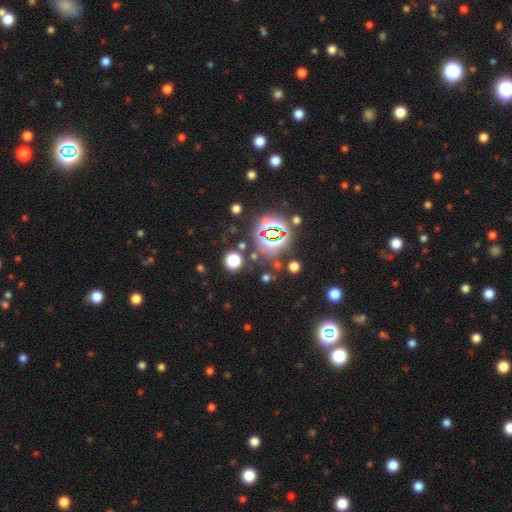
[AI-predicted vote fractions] This is likely a star or artifact rather than a galaxy (74%).